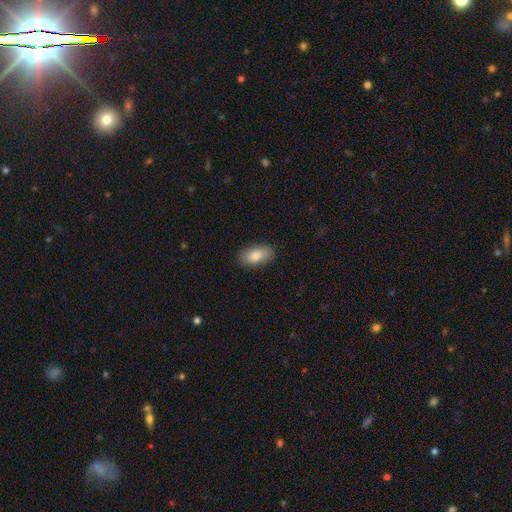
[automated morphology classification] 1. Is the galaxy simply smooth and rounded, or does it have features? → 81% smooth, 12% featured or disk, 7% star or artifact.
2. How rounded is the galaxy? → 91% in between, 5% cigar-shaped, 4% round.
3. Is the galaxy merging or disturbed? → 87% none, 10% minor disturbance, 2% major disturbance, 1% merger.